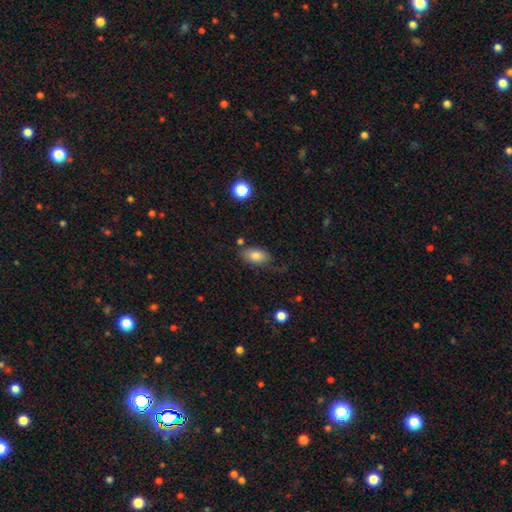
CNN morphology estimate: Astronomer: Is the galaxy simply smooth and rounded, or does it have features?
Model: smooth — 80%.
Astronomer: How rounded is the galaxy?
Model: in between — 90%.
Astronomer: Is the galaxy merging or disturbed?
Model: none — 67%.